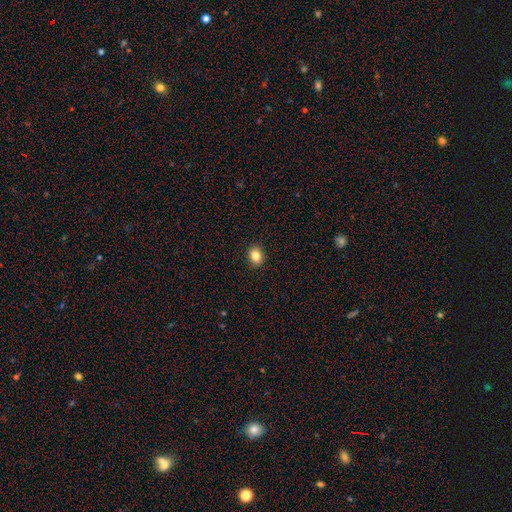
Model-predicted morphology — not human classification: Overall: smooth (84%). How rounded: in between (54%; round 45%). Merging: none (91%).